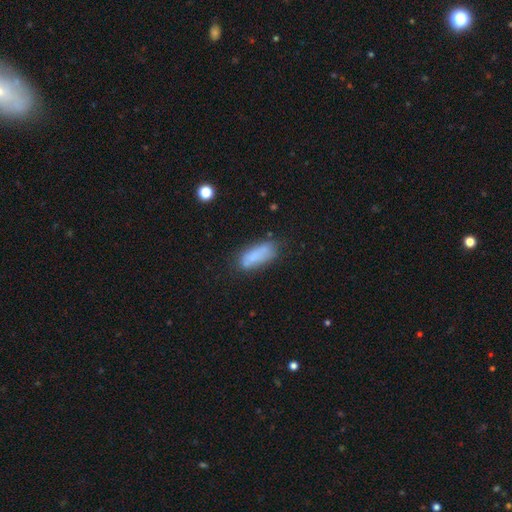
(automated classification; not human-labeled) Smooth or featured? smooth (76%)
How rounded? in between (70%)
Merging? none (61%)